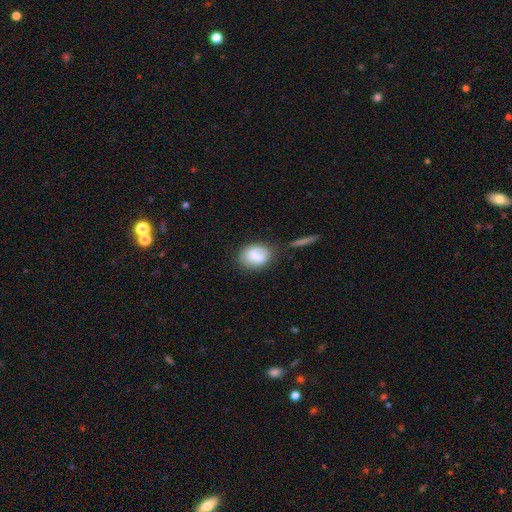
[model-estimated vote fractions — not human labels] smooth-or-featured: smooth: 73% | featured or disk: 19% | star or artifact: 8%
  how-rounded: in between: 62% | round: 37% | cigar-shaped: 2%
  merging: none: 61% | minor disturbance: 22% | merger: 10% | major disturbance: 7%